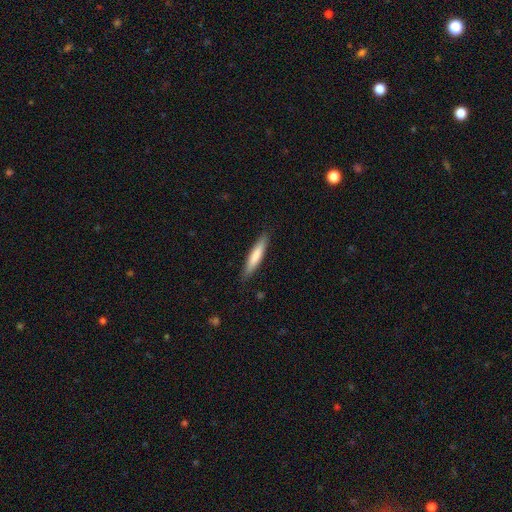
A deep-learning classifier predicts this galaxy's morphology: Q: Smooth or featured?
A: smooth (75%); runner-up: featured or disk (20%)
Q: How rounded?
A: cigar-shaped (88%); runner-up: in between (11%)
Q: Merging?
A: none (88%); runner-up: minor disturbance (9%)